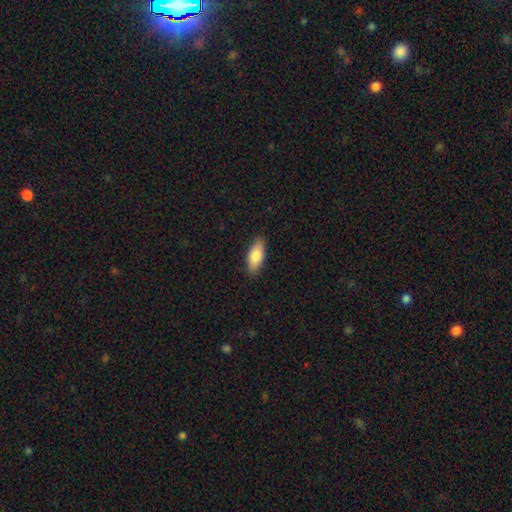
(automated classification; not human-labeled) Smooth or featured: smooth — 85% (featured or disk — 10%)
How rounded: in between — 81% (cigar-shaped — 17%)
Merging: none — 88% (minor disturbance — 9%)